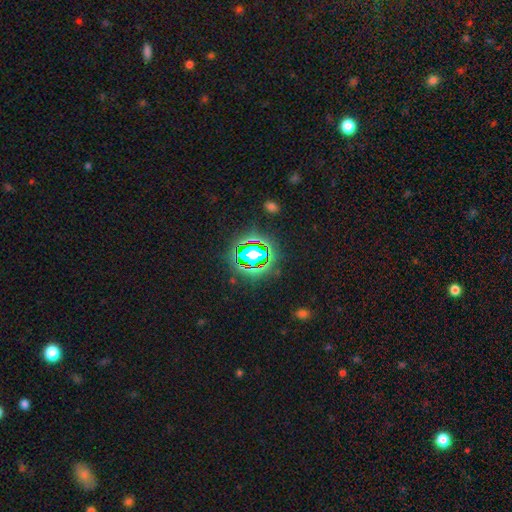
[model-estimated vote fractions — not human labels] Smooth or featured: star or artifact — 78% (smooth — 14%)